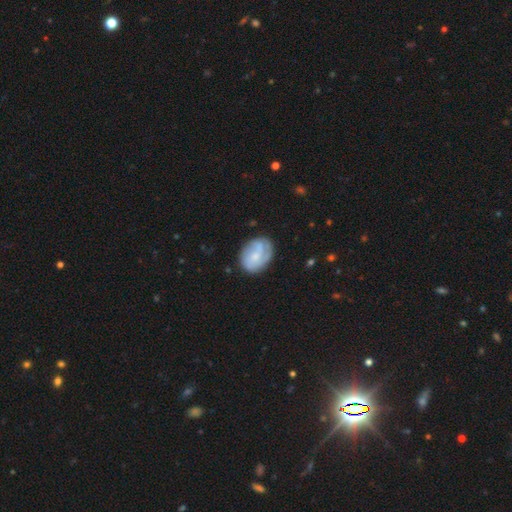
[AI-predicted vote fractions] Smooth or featured? featured or disk (54%)
Edge-on disk? no (98%)
Bar? no (57%)
Spiral arms? yes (83%)
Bulge size? small (55%)
Merging? none (72%)